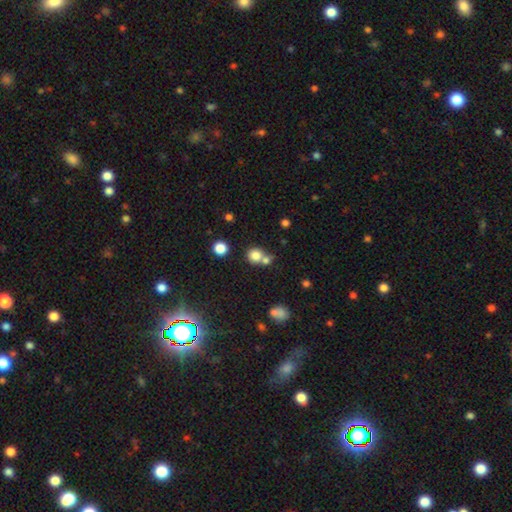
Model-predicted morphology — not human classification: Smooth or featured? smooth (80%)
How rounded? round (85%)
Merging? none (50%)